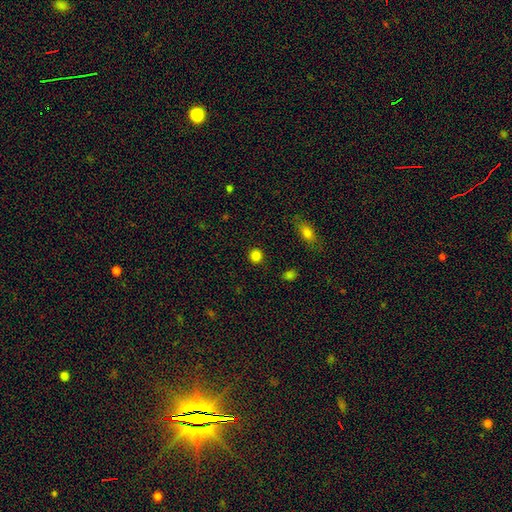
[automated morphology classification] Smooth or featured? Predicted: smooth (p=0.85). How rounded? Predicted: round (p=0.91). Merging? Predicted: none (p=0.90).